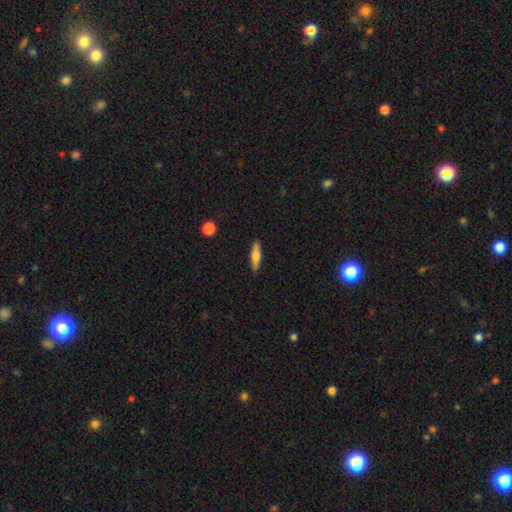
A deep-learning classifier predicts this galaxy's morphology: This appears to be a smooth galaxy with no disk features (67%) that is cigar-shaped (75%). Merging: none (89%).